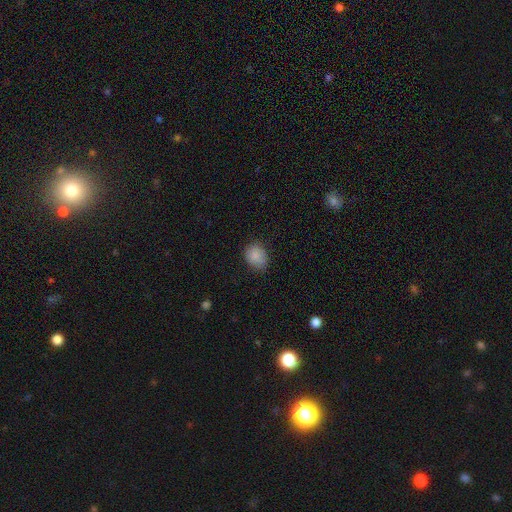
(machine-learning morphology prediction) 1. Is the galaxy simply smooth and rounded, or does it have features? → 86% smooth, 8% star or artifact, 6% featured or disk.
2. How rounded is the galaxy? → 50% round, 49% in between, 1% cigar-shaped.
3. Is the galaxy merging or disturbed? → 76% none, 19% minor disturbance, 4% major disturbance, 1% merger.